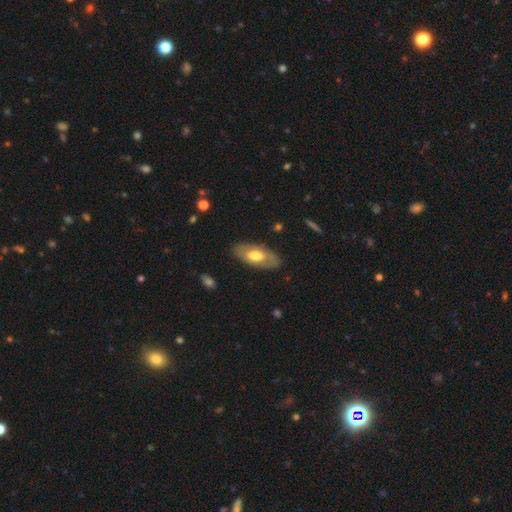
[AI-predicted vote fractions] smooth-or-featured: smooth: 51% | featured or disk: 44% | star or artifact: 5%
  how-rounded: in between: 90% | cigar-shaped: 6% | round: 4%
  merging: none: 82% | minor disturbance: 13% | major disturbance: 4% | merger: 1%